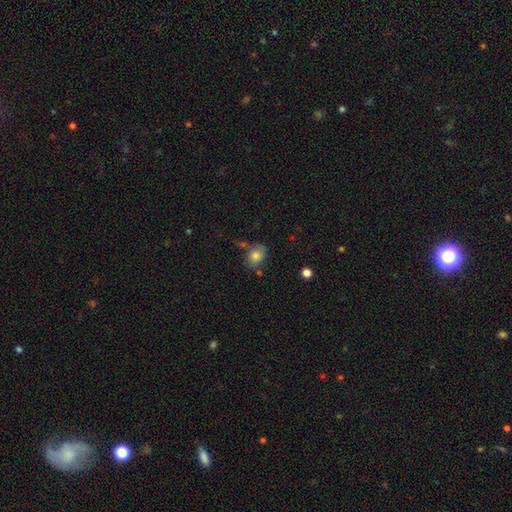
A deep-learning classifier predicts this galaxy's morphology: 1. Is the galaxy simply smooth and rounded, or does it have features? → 79% smooth, 11% featured or disk, 10% star or artifact.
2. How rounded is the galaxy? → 60% in between, 39% round, 1% cigar-shaped.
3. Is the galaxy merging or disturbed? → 62% none, 20% minor disturbance, 11% merger, 6% major disturbance.